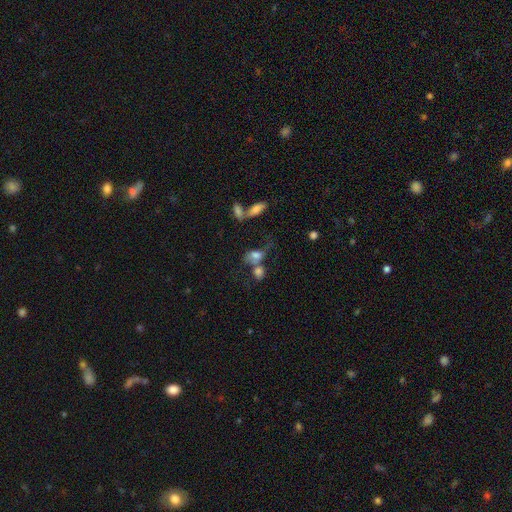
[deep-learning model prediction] Overall: smooth (66%). How rounded: in between (73%). Merging: merger (45%; none 27%).